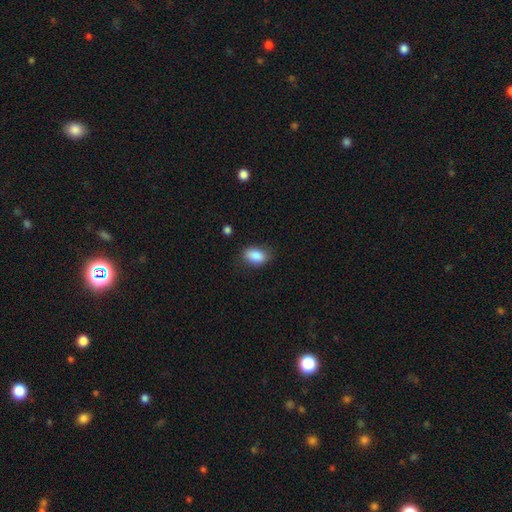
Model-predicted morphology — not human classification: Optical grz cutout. It shows a smooth galaxy with no disk features (87%) that is in between round and cigar-shaped (86%). Merging: none (76%).